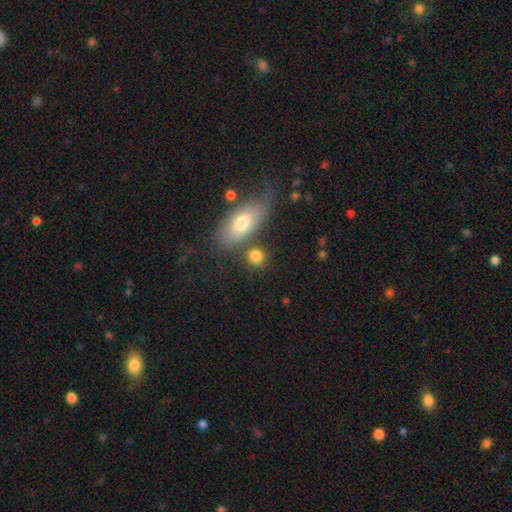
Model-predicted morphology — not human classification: A smooth galaxy with no disk features (81%) that is round (72%). Merging: none (68%).